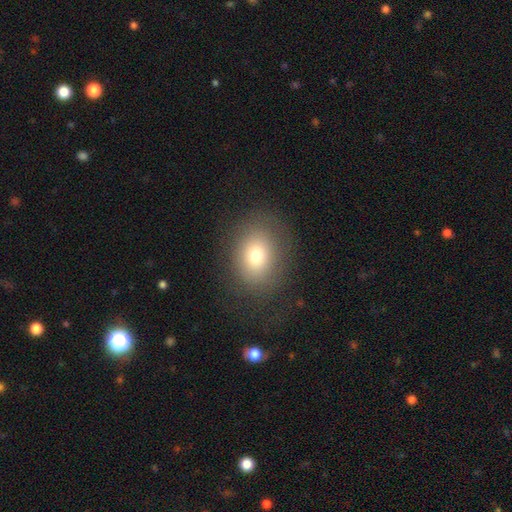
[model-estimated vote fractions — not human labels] A smooth galaxy with no disk features (74%) that is in between round and cigar-shaped (53%). Merging: none (78%).